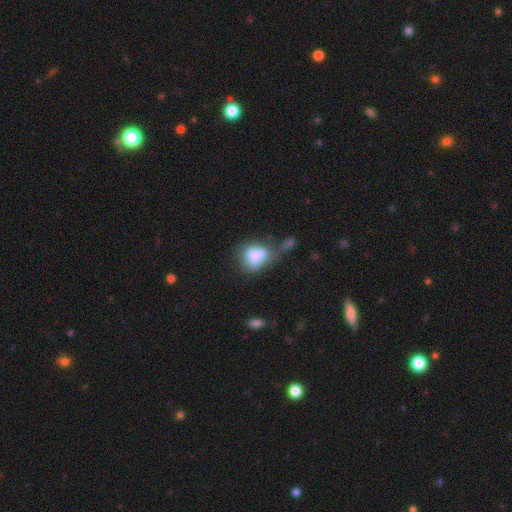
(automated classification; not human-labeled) This appears to be a smooth galaxy with no disk features (69%) that is in between round and cigar-shaped (62%). Merging: merger (36%).